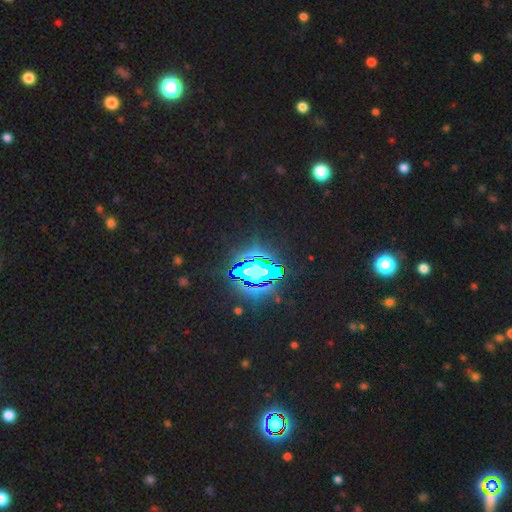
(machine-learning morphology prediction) A star or artifact, not a galaxy (83%).